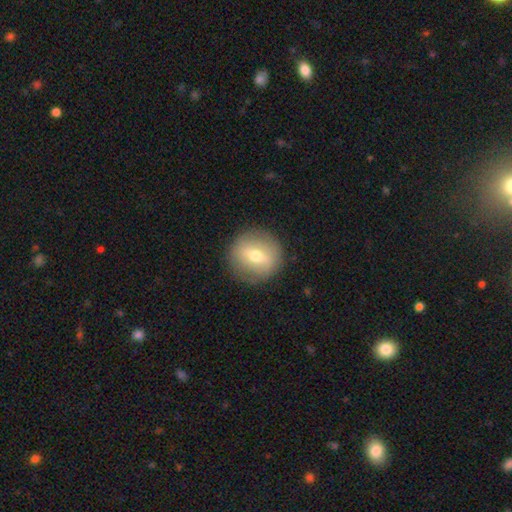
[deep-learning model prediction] smooth 55%, featured or disk 36%, star or artifact 9%. Down the decision tree: how rounded — round (92%); merging — none (88%).